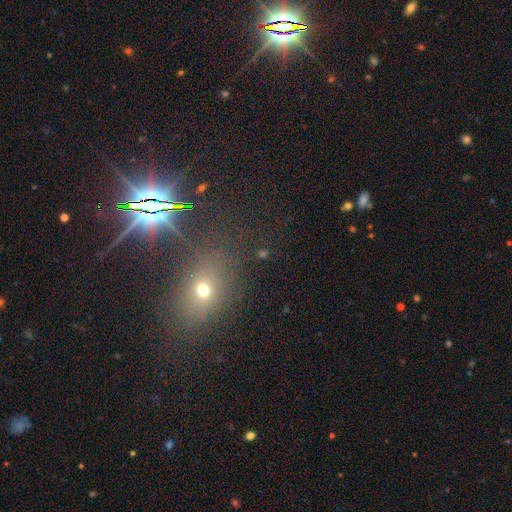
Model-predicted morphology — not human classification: The model was most divided on "smooth or featured": star or artifact: 55%, smooth: 31%, featured or disk: 14%.